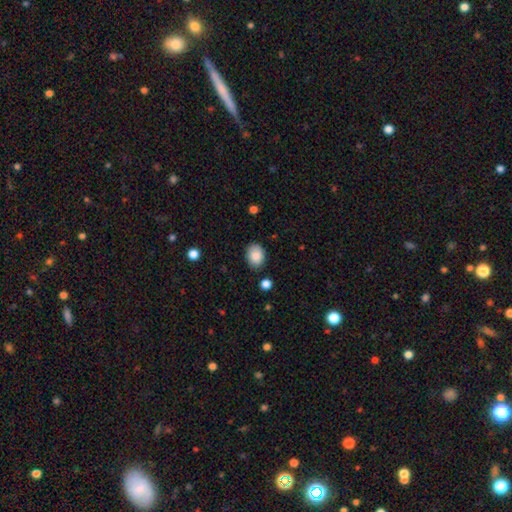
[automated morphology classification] This is clearly a smooth galaxy (87%). How rounded: likely in between (72%). Merging: clearly none (83%).